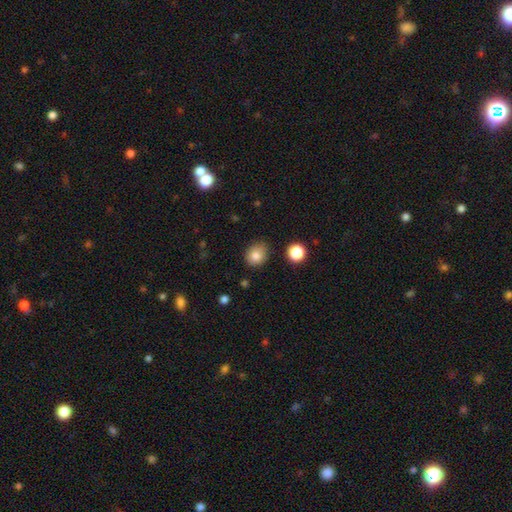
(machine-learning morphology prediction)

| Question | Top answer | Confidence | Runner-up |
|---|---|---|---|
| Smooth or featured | smooth | 83% | star or artifact (11%) |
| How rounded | round | 69% | in between (30%) |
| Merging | none | 80% | minor disturbance (14%) |